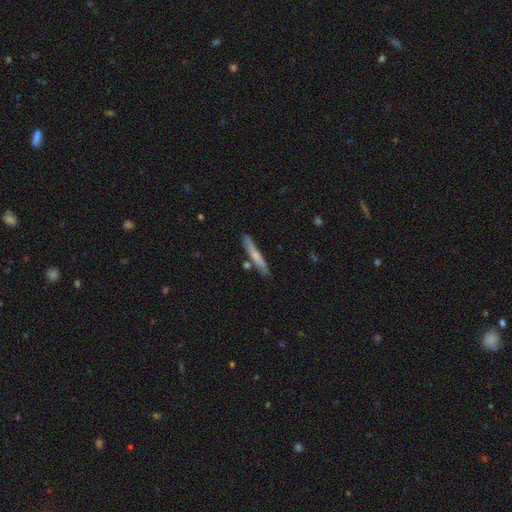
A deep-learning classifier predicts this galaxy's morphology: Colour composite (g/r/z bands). It shows a smooth galaxy with no disk features (58%) that is cigar-shaped (94%). Merging: none (79%).